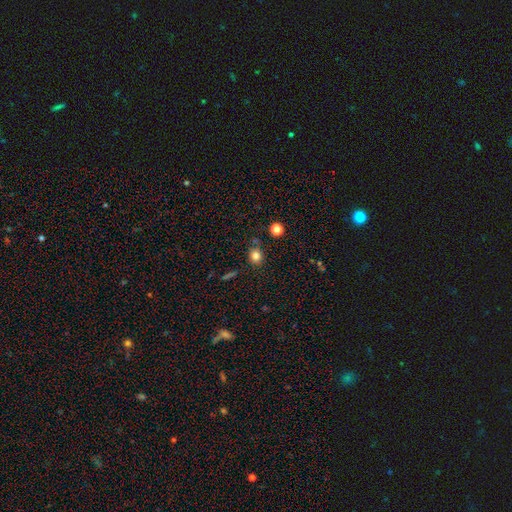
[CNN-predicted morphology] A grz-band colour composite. It shows a smooth galaxy with no disk features (81%) that is round (75%). Merging: none (78%).